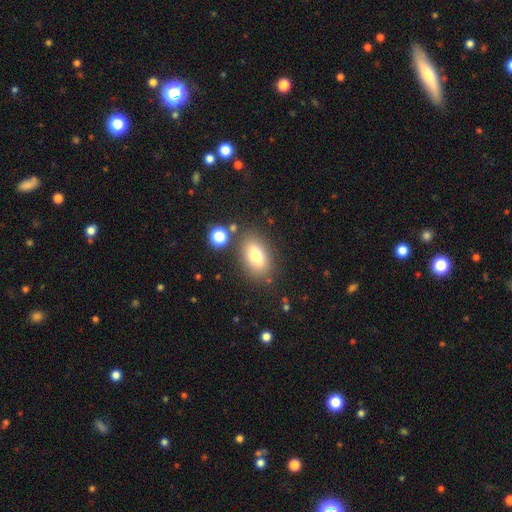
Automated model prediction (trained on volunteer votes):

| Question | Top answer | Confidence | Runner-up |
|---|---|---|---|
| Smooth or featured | smooth | 77% | featured or disk (13%) |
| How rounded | in between | 88% | round (8%) |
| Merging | none | 79% | minor disturbance (11%) |